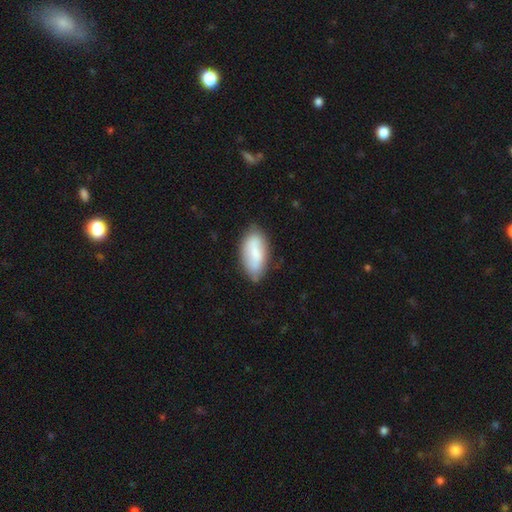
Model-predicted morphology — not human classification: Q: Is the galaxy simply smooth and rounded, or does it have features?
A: smooth — 70%.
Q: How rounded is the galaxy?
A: in between — 89%.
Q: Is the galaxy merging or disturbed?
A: none — 71%.